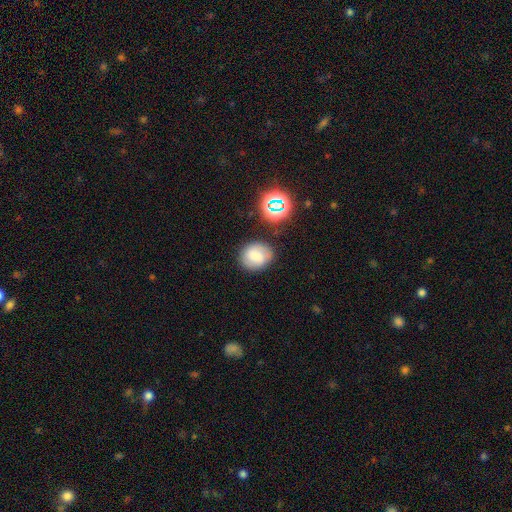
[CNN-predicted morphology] This appears to be a smooth galaxy with no disk features (70%) that is round (62%). Merging: none (79%).